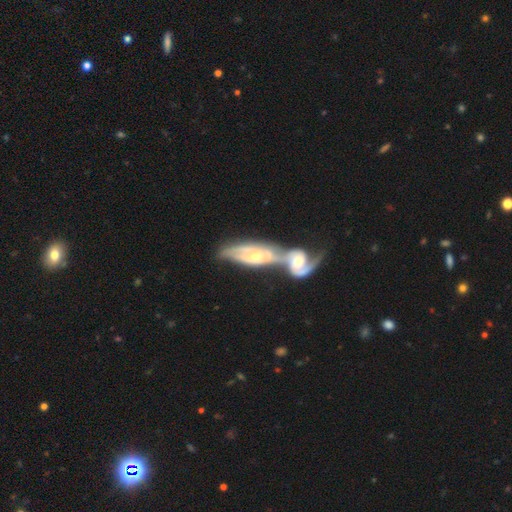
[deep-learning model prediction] Smooth or featured? featured or disk (63%)
Edge-on disk? no (70%)
Merging? merger (63%)